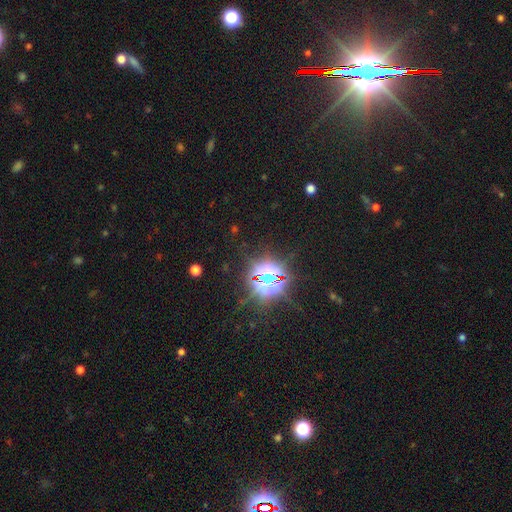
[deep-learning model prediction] A star or artifact, not a galaxy (84%).